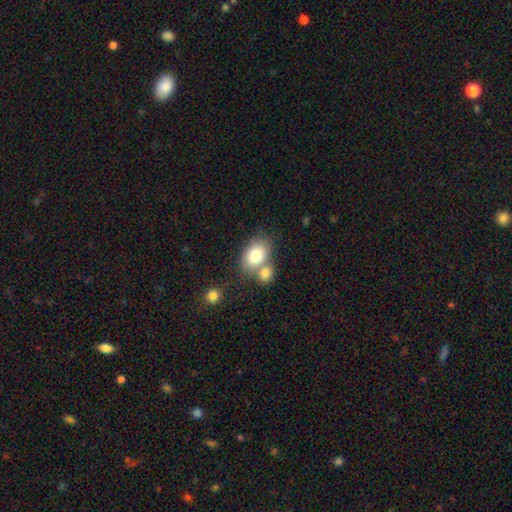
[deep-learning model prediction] Smooth or featured: smooth — 79% (featured or disk — 14%)
How rounded: in between — 79% (round — 19%)
Merging: none — 43% (merger — 42%)